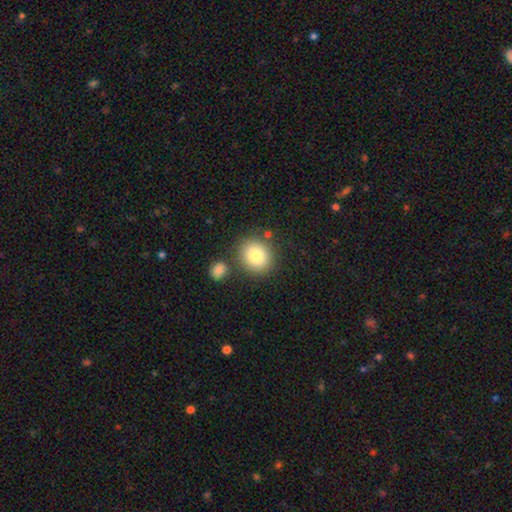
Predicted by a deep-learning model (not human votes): Morphology: type=smooth (81%); roundness=round (80%); merging=none (77%).